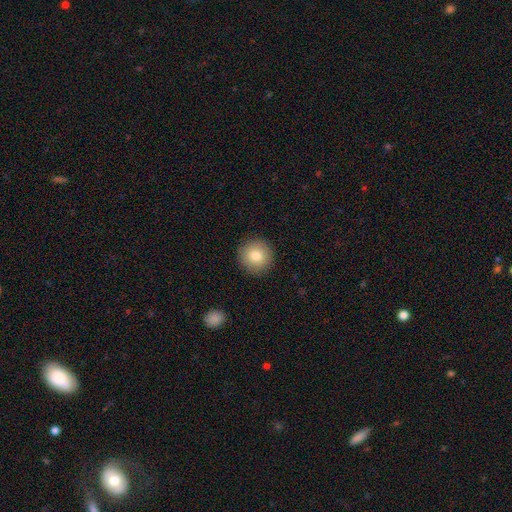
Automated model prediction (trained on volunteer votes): smooth_or_featured: smooth (p=0.82) [alt: featured or disk p=0.09]
how_rounded: round (p=0.95) [alt: in between p=0.04]
merging: none (p=0.92) [alt: minor disturbance p=0.05]